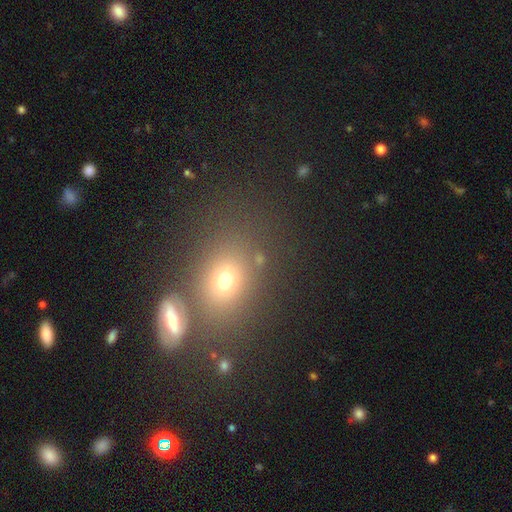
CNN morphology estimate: A smooth galaxy with no disk features (58%) that is in between round and cigar-shaped (51%).

Vote fractions:
- Smooth or featured? smooth: 58% / star or artifact: 27% / featured or disk: 15%
- How rounded? in between: 51% / round: 46% / cigar-shaped: 3%
- Merging? none: 64% / merger: 20% / minor disturbance: 11% / major disturbance: 5%